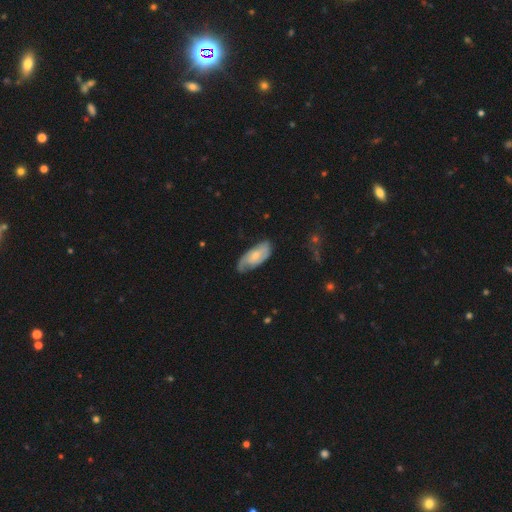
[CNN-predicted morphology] type=featured or disk (61%); edge-on=no (91%); bar=no (61%); spiral arms=yes (87%); bulge=small (47%); merging=none (65%).